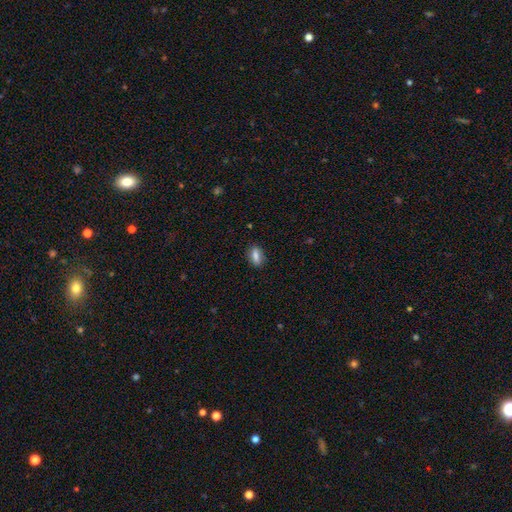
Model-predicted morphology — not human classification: This appears to be a smooth galaxy with no disk features (76%) that is in between round and cigar-shaped (70%). Merging: none (85%).